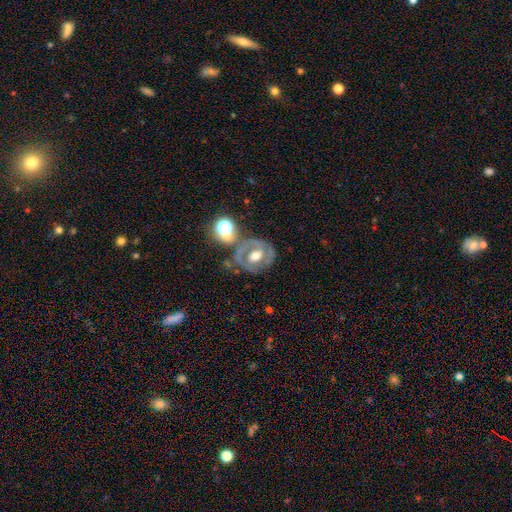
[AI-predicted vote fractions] Smooth or featured: featured or disk — 68% (smooth — 23%)
Edge-on disk: no — 95% (yes — 5%)
Bar: no — 47% (weak — 33%)
Spiral arms: yes — 54% (no — 46%)
Bulge size: moderate — 69% (large — 19%)
Merging: none — 54% (minor disturbance — 19%)